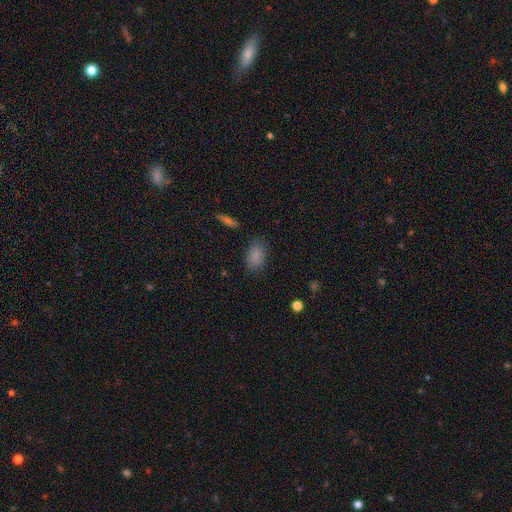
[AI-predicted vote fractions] A smooth galaxy with no disk features (85%) that is in between round and cigar-shaped (88%).

Vote fractions:
- Smooth or featured? smooth: 85% / star or artifact: 9% / featured or disk: 6%
- How rounded? in between: 88% / round: 10% / cigar-shaped: 2%
- Merging? none: 80% / minor disturbance: 15% / major disturbance: 4% / merger: 2%